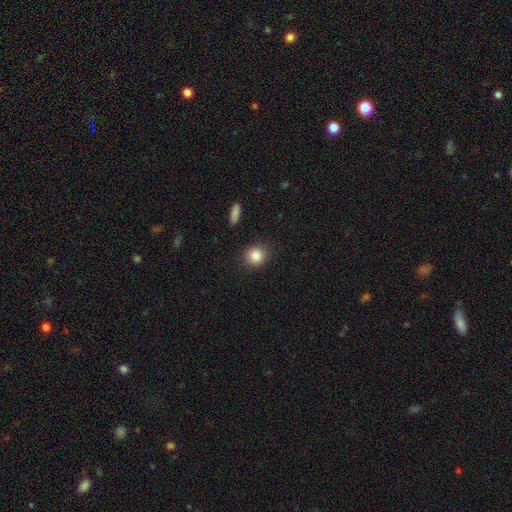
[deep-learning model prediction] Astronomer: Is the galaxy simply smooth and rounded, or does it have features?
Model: smooth — 85%.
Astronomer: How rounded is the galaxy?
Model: round — 86%.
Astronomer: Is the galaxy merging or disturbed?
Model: none — 89%.